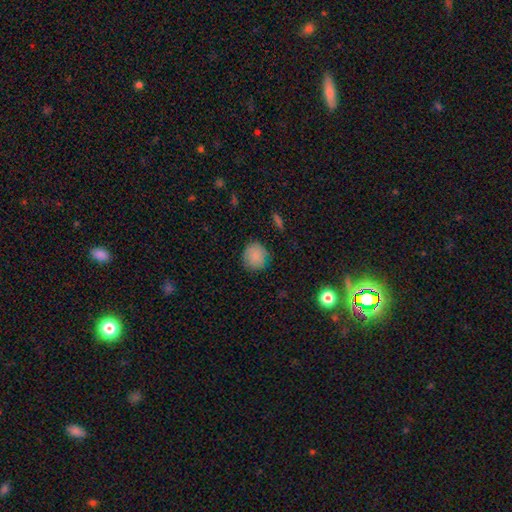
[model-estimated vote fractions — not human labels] Overall: smooth (86%). How rounded: round (88%). Merging: none (84%).